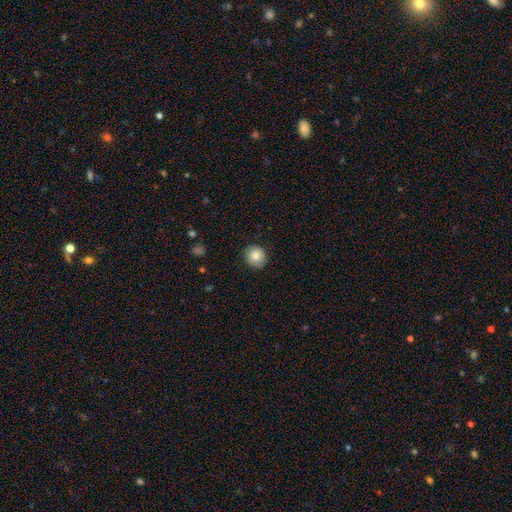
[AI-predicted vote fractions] A smooth galaxy with no disk features (82%) that is round (93%).

Vote fractions:
- Smooth or featured? smooth: 82% / featured or disk: 9% / star or artifact: 9%
- How rounded? round: 93% / in between: 6% / cigar-shaped: 1%
- Merging? none: 88% / minor disturbance: 9% / major disturbance: 2% / merger: 1%